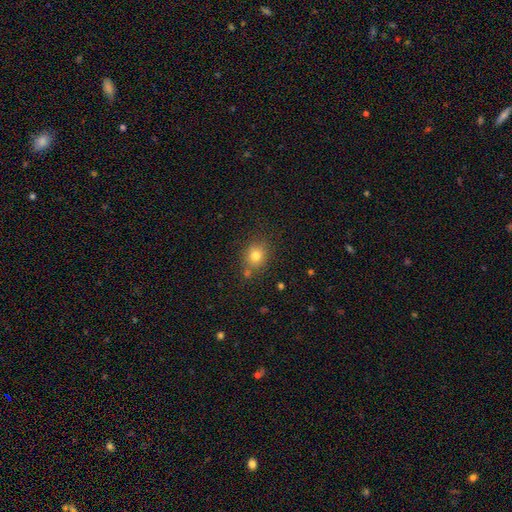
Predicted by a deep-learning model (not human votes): Overall: smooth (79%). How rounded: round (72%). Merging: none (74%).